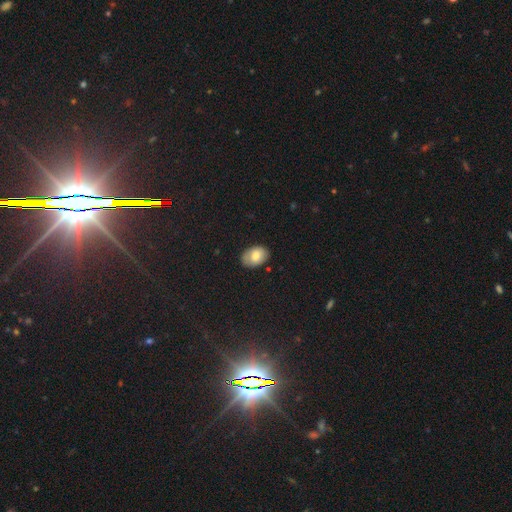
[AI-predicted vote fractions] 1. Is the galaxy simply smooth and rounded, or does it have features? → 76% smooth, 16% featured or disk, 8% star or artifact.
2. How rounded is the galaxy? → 84% in between, 15% round, 1% cigar-shaped.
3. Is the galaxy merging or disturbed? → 82% none, 14% minor disturbance, 3% major disturbance, 1% merger.